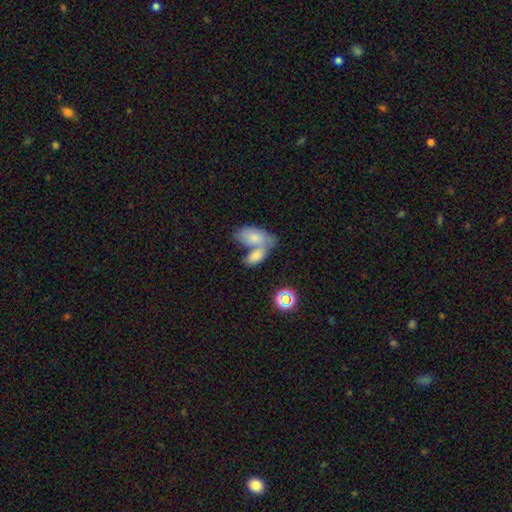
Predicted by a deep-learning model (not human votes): This is likely a smooth galaxy (74%). How rounded: clearly in between (92%). Merging: likely merger (67%).